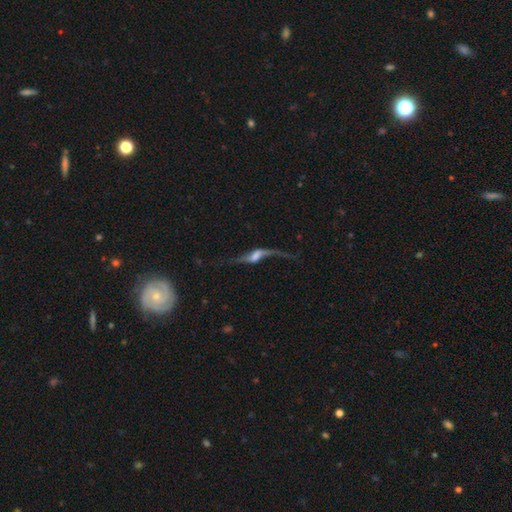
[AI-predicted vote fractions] A featured or disk galaxy (78%).

Vote fractions:
- Smooth or featured? featured or disk: 78% / smooth: 14% / star or artifact: 8%
- Edge-on disk? no: 64% / yes: 36%
- Merging? none: 49% / major disturbance: 29% / minor disturbance: 17% / merger: 6%